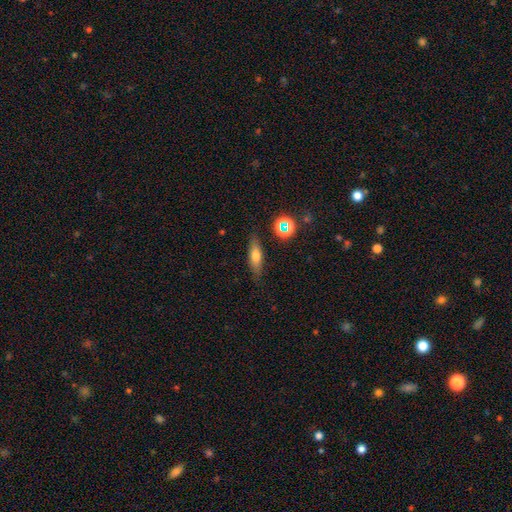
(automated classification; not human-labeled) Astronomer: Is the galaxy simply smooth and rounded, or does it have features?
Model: smooth — 63%.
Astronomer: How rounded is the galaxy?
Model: cigar-shaped — 52% (runner-up: in between, 43%).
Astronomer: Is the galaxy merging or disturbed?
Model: none — 82%.